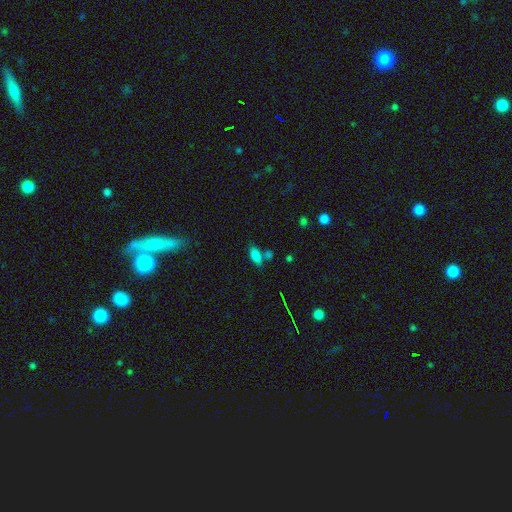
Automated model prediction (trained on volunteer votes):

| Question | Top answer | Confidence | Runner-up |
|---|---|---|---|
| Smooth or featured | smooth | 79% | star or artifact (11%) |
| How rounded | in between | 84% | cigar-shaped (12%) |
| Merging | none | 59% | merger (20%) |